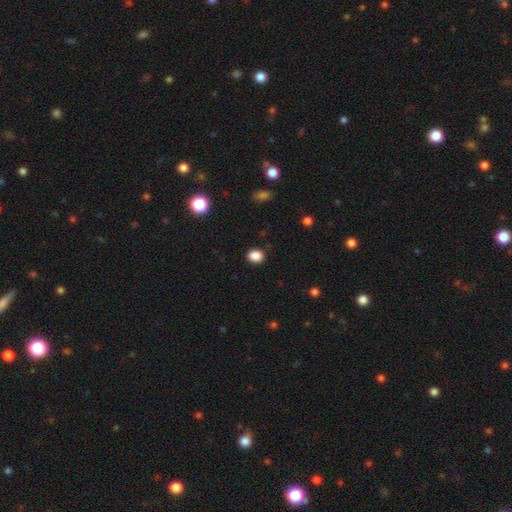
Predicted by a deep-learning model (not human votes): smooth 87%, star or artifact 10%, featured or disk 3%. Down the decision tree: how rounded — round (58%); merging — none (89%).